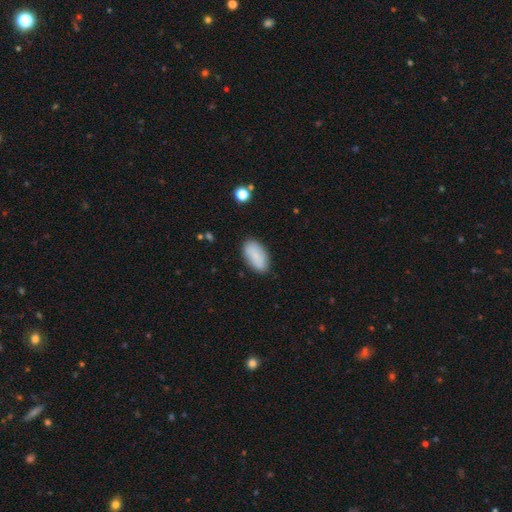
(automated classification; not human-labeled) smooth_or_featured: smooth (p=0.84) [alt: featured or disk p=0.09]
how_rounded: in between (p=0.93) [alt: cigar-shaped p=0.04]
merging: none (p=0.82) [alt: minor disturbance p=0.13]